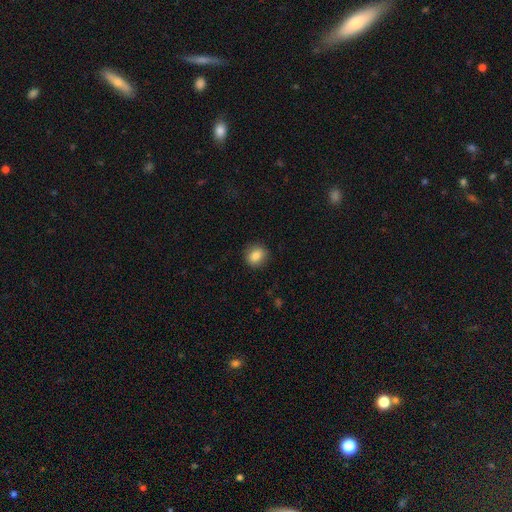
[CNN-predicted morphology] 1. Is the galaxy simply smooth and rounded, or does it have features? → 84% smooth, 9% star or artifact, 7% featured or disk.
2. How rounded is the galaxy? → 74% round, 25% in between, 1% cigar-shaped.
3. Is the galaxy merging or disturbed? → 89% none, 8% minor disturbance, 2% major disturbance, 1% merger.